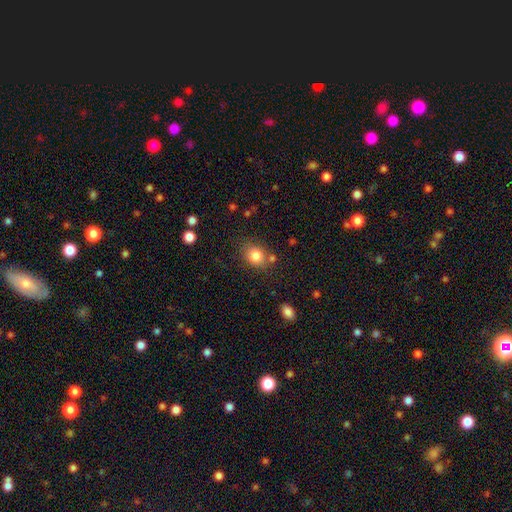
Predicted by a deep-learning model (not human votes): The model was most divided on "how rounded": round: 55%, in between: 44%, cigar-shaped: 1%. More confident: smooth or featured — smooth (83%); merging — none (72%).